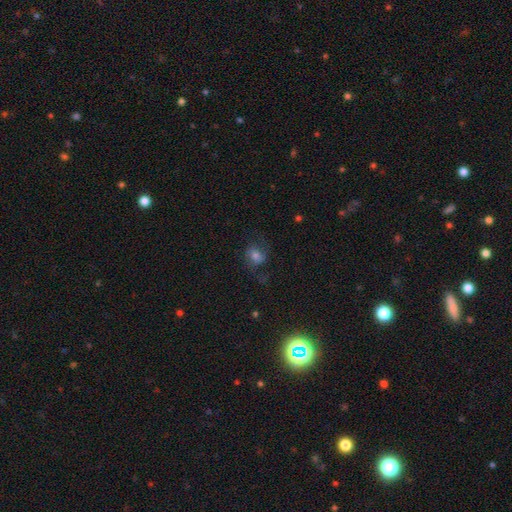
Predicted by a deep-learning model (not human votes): Q: Smooth or featured?
A: smooth (47%); runner-up: featured or disk (39%)
Q: Merging?
A: none (61%); runner-up: minor disturbance (19%)